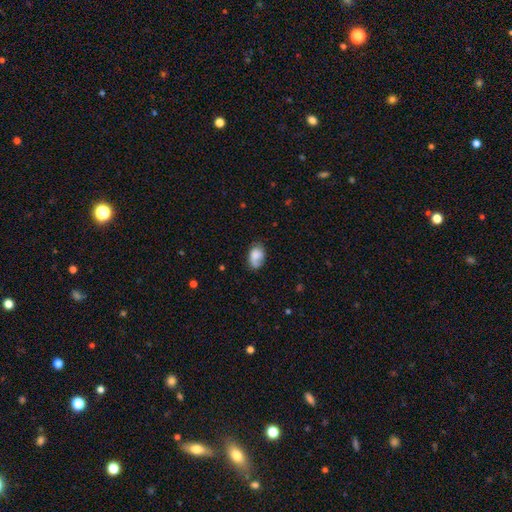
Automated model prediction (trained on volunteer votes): Q: Smooth or featured?
A: smooth (71%); runner-up: featured or disk (22%)
Q: How rounded?
A: in between (84%); runner-up: round (15%)
Q: Merging?
A: none (58%); runner-up: minor disturbance (28%)